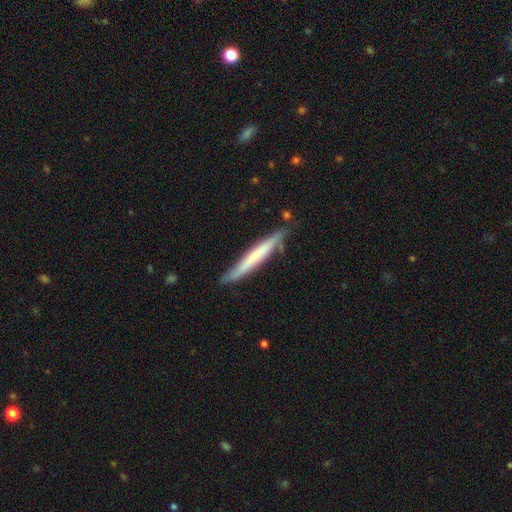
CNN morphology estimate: Smooth or featured: smooth — 52% (featured or disk — 42%)
How rounded: cigar-shaped — 96% (in between — 3%)
Merging: none — 78% (minor disturbance — 17%)